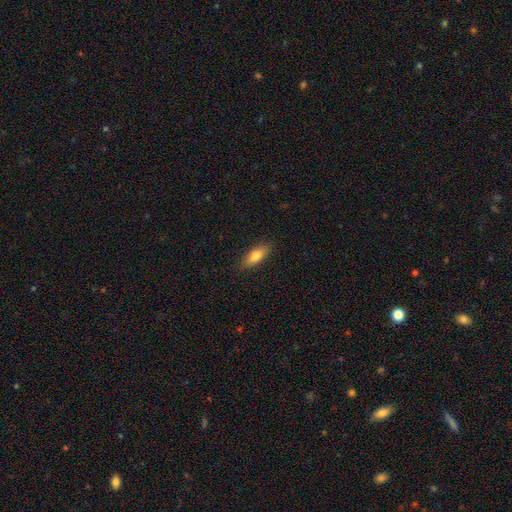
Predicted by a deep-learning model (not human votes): Q: Smooth or featured?
A: smooth (78%); runner-up: featured or disk (16%)
Q: How rounded?
A: in between (72%); runner-up: cigar-shaped (25%)
Q: Merging?
A: none (85%); runner-up: minor disturbance (12%)